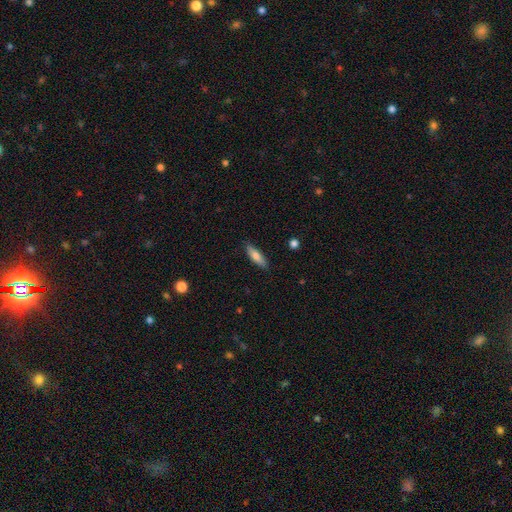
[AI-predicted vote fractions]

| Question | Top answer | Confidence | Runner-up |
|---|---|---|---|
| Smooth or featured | smooth | 73% | featured or disk (21%) |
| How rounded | cigar-shaped | 64% | in between (34%) |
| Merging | none | 86% | minor disturbance (11%) |